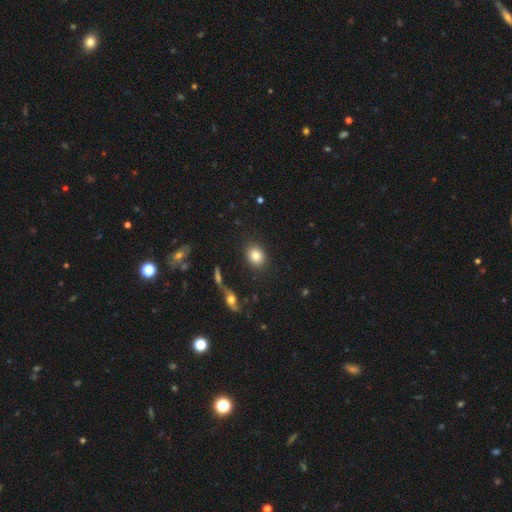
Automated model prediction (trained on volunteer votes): A smooth galaxy with no disk features (82%) that is in between round and cigar-shaped (49%, tied with round).

Vote fractions:
- Smooth or featured? smooth: 82% / star or artifact: 9% / featured or disk: 9%
- How rounded? in between: 49% (tied) / round: 49% (tied) / cigar-shaped: 1%
- Merging? none: 86% / minor disturbance: 8% / merger: 3% / major disturbance: 3%